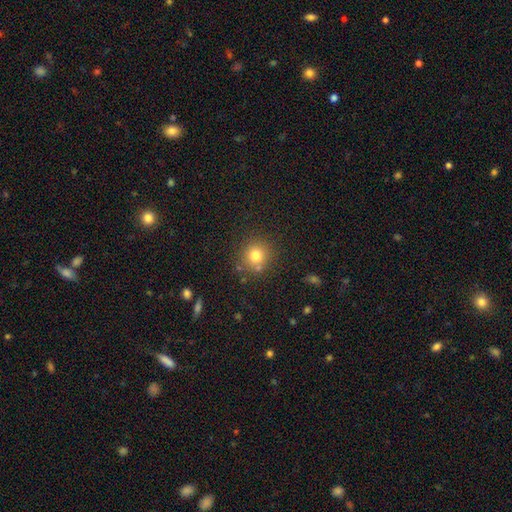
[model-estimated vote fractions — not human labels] Smooth or featured?
  - smooth: 78% *
  - star or artifact: 14%
  - featured or disk: 8%
How rounded?
  - round: 90% *
  - in between: 9%
  - cigar-shaped: 1%
Merging?
  - none: 79% *
  - minor disturbance: 10%
  - merger: 8%
  - major disturbance: 3%